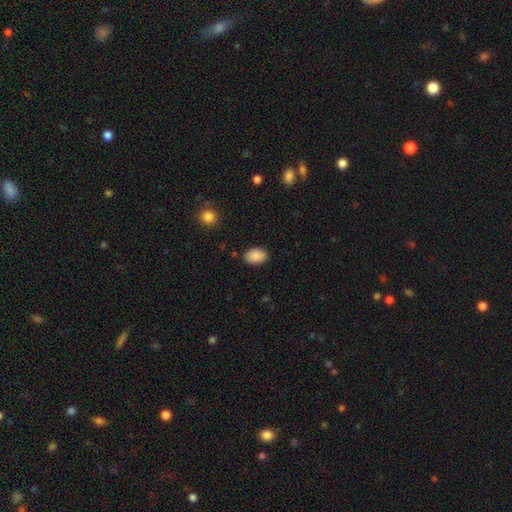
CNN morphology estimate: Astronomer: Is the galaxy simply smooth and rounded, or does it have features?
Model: smooth — 89%.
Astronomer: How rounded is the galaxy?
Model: in between — 86%.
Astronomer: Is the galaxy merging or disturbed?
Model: none — 86%.